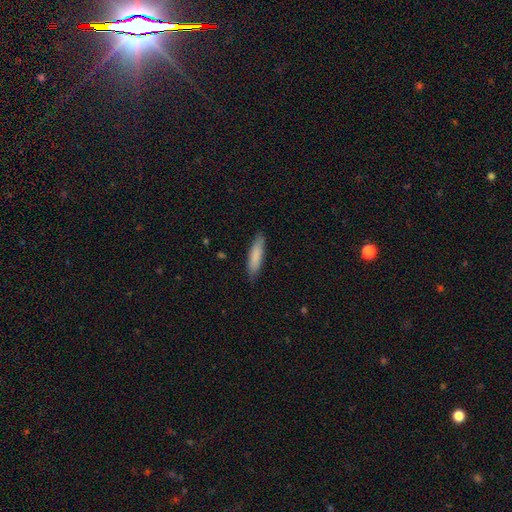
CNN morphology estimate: Smooth or featured: smooth — 84% (featured or disk — 10%)
How rounded: cigar-shaped — 74% (in between — 24%)
Merging: none — 86% (minor disturbance — 11%)